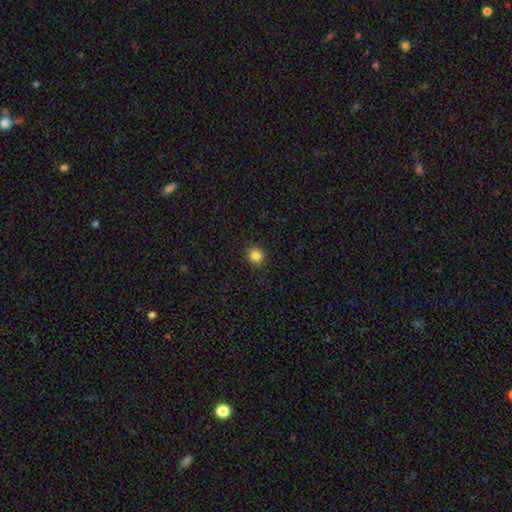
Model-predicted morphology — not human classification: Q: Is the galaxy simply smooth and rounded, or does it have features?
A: smooth — 84%.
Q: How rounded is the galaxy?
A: round — 91%.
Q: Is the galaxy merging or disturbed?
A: none — 92%.